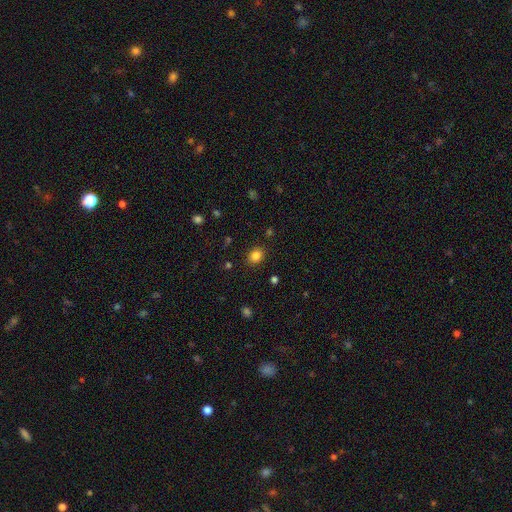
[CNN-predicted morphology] Smooth or featured: smooth — 83% (star or artifact — 12%)
How rounded: round — 55% (in between — 44%)
Merging: none — 87% (minor disturbance — 8%)